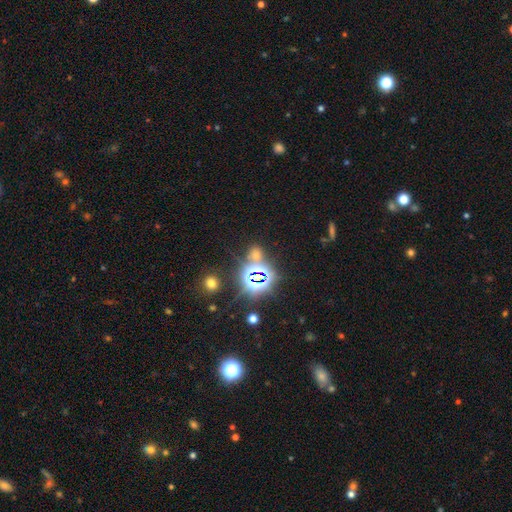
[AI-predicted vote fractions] A star or artifact, not a galaxy (64%).